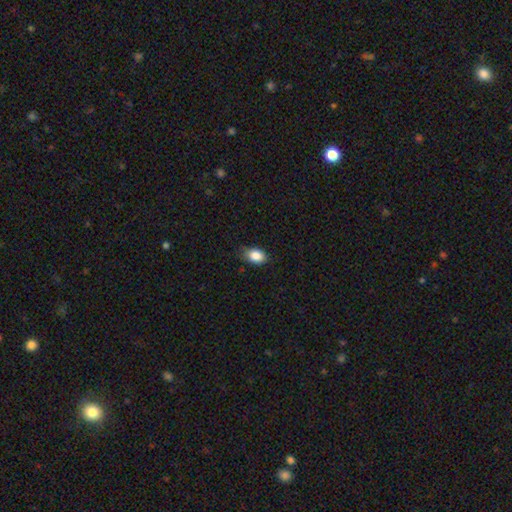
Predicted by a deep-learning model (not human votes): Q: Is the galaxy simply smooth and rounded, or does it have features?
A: smooth — 87%.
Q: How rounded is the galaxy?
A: in between — 79%.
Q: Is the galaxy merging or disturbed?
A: none — 71%.